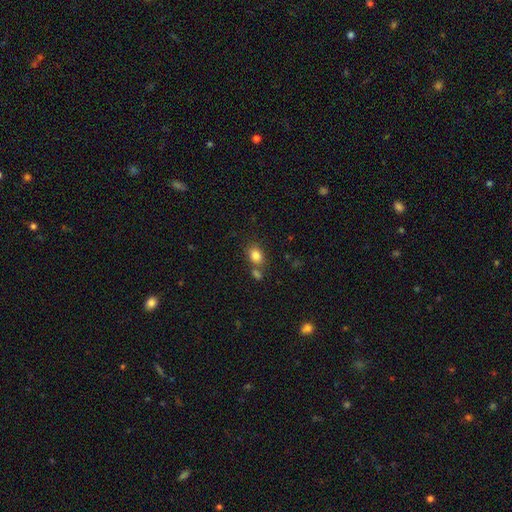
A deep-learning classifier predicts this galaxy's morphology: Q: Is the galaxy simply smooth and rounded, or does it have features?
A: smooth — 83%.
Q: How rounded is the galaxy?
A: in between — 66%.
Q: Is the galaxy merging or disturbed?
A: none — 63%.